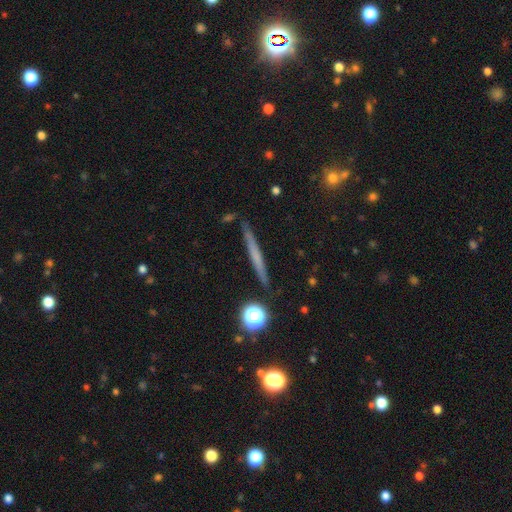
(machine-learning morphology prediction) This is possibly a featured or disk galaxy (46%). Merging: clearly none (89%).